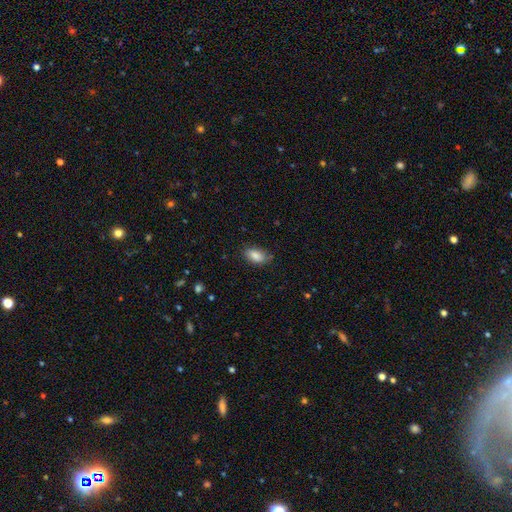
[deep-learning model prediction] The model was most divided on "merging": none: 79%, minor disturbance: 16%, major disturbance: 3%, merger: 1%. More confident: how rounded — in between (92%); smooth or featured — smooth (87%).